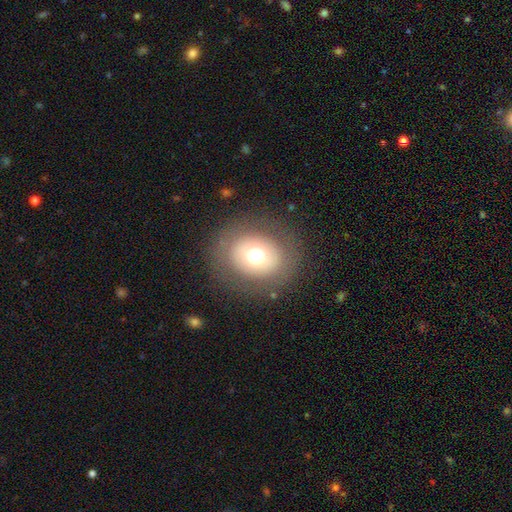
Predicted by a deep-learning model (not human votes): This is likely a smooth galaxy (65%). How rounded: likely round (69%). Merging: clearly none (84%).